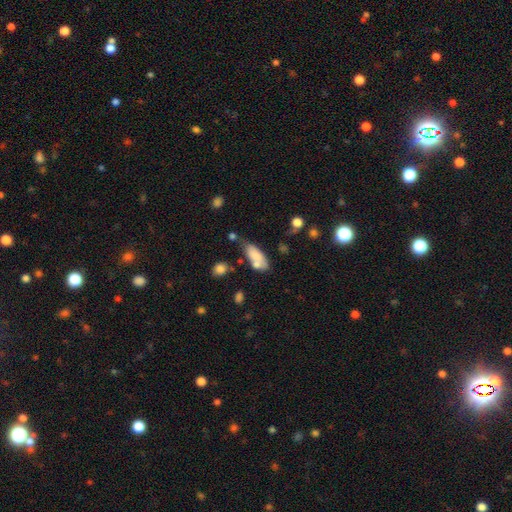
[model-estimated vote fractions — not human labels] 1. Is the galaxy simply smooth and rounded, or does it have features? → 76% smooth, 16% featured or disk, 8% star or artifact.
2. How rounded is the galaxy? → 81% in between, 16% cigar-shaped, 3% round.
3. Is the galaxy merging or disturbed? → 42% none, 25% minor disturbance, 22% merger, 11% major disturbance.